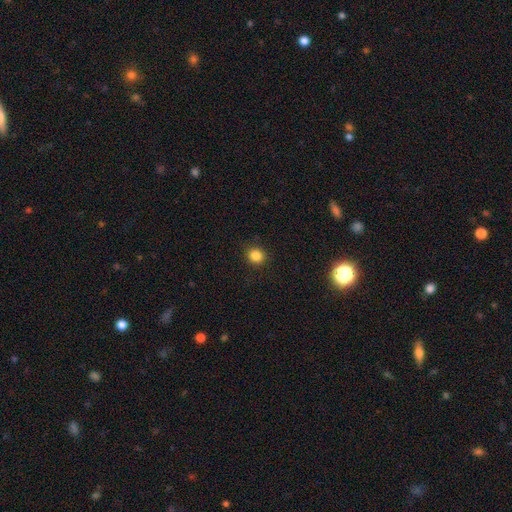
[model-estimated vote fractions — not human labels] Smooth or featured?
  - smooth: 84% *
  - star or artifact: 12%
  - featured or disk: 4%
How rounded?
  - round: 86% *
  - in between: 13%
  - cigar-shaped: 1%
Merging?
  - none: 90% *
  - minor disturbance: 7%
  - major disturbance: 2%
  - merger: 1%